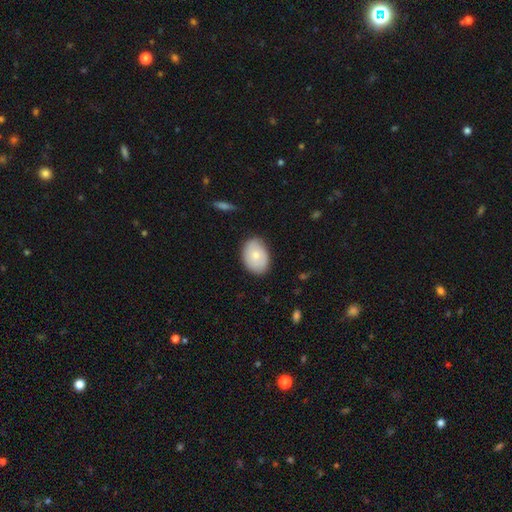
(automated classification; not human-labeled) A smooth galaxy with no disk features (71%) that is in between round and cigar-shaped (78%).

Vote fractions:
- Smooth or featured? smooth: 71% / featured or disk: 23% / star or artifact: 6%
- How rounded? in between: 78% / round: 21% / cigar-shaped: 1%
- Merging? none: 81% / minor disturbance: 15% / major disturbance: 3% / merger: 1%